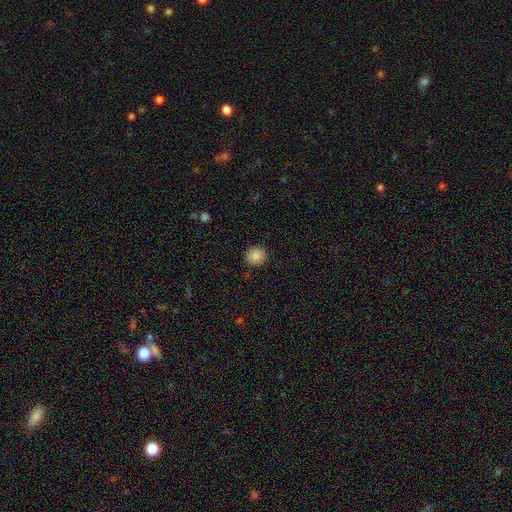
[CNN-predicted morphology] smooth 88%, star or artifact 9%, featured or disk 4%. Down the decision tree: how rounded — round (88%); merging — none (89%).